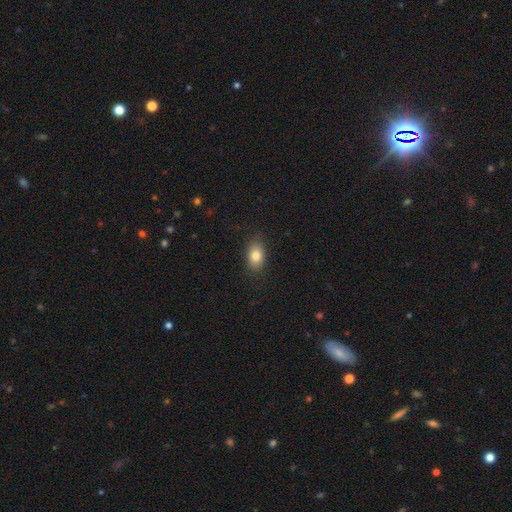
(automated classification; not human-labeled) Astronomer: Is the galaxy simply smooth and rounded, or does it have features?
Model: smooth — 82%.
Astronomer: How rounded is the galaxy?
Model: in between — 85%.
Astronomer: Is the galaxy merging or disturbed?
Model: none — 86%.